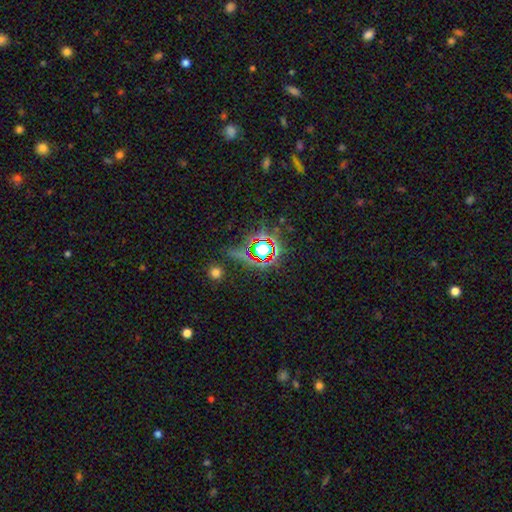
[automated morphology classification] Smooth or featured?
  - star or artifact: 74% *
  - smooth: 16%
  - featured or disk: 10%